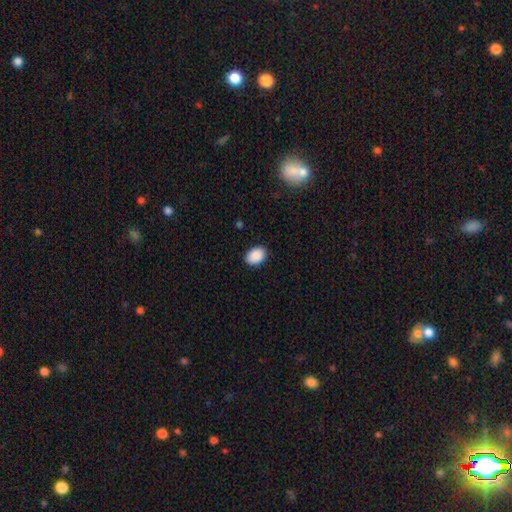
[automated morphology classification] Smooth or featured? Predicted: smooth (p=0.90). How rounded? Predicted: in between (p=0.78). Merging? Predicted: none (p=0.87).